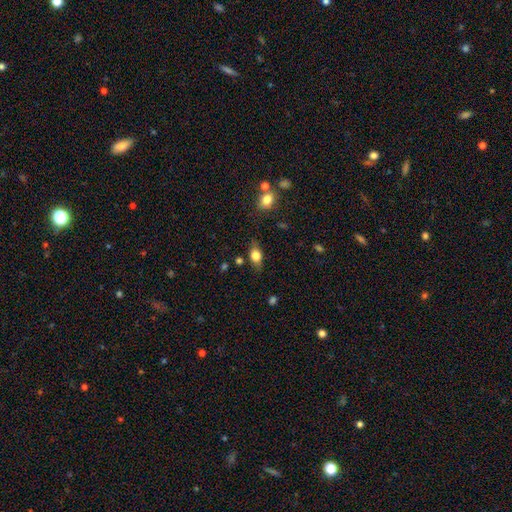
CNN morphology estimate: Smooth or featured: smooth — 73% (featured or disk — 18%)
How rounded: in between — 74% (round — 19%)
Merging: none — 76% (minor disturbance — 17%)